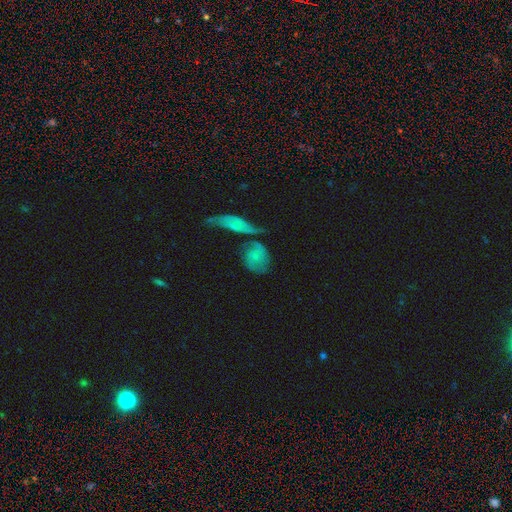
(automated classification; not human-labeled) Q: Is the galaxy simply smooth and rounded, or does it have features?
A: featured or disk — 48%.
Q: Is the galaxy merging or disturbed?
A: none — 39%.